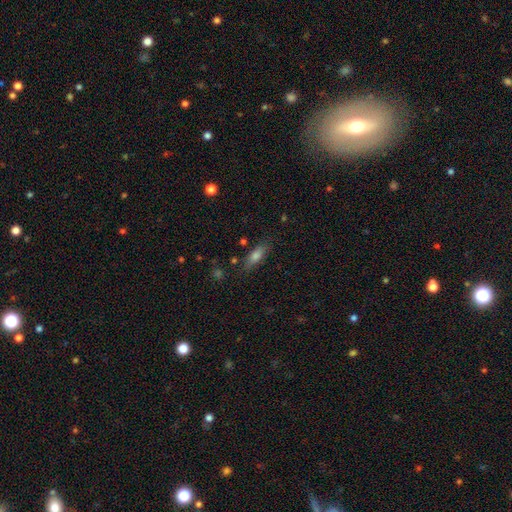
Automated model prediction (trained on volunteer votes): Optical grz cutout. It shows a smooth galaxy with no disk features (67%) that is in between round and cigar-shaped (51%). Merging: none (79%).